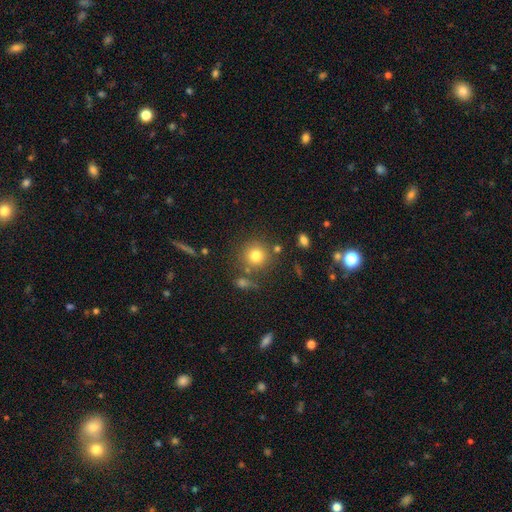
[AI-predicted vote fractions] The model was most divided on "smooth or featured": smooth: 77%, star or artifact: 13%, featured or disk: 9%. More confident: how rounded — round (92%); merging — none (78%).